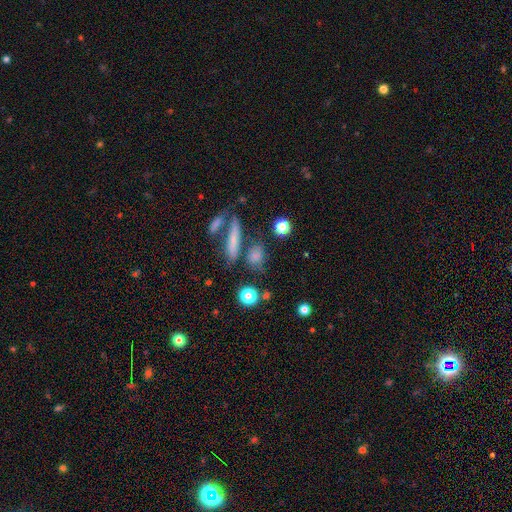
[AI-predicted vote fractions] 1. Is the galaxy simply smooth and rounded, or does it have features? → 72% smooth, 15% star or artifact, 13% featured or disk.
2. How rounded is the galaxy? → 43% round, 37% in between, 20% cigar-shaped.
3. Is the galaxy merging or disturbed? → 64% none, 15% merger, 14% minor disturbance, 7% major disturbance.